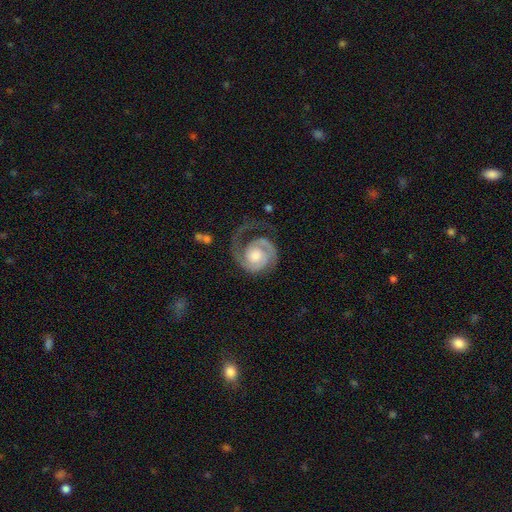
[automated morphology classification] type=featured or disk (87%); edge-on=no (98%); bar=no (73%); spiral arms=yes (97%); winding=tight (52%); arm count=1 (53%); bulge=moderate (50%); merging=none (53%).